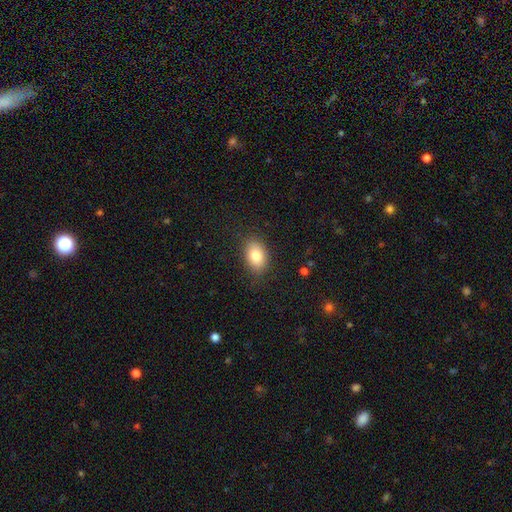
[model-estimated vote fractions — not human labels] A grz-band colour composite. It shows a smooth galaxy with no disk features (81%) that is in between round and cigar-shaped (83%). Merging: none (85%).